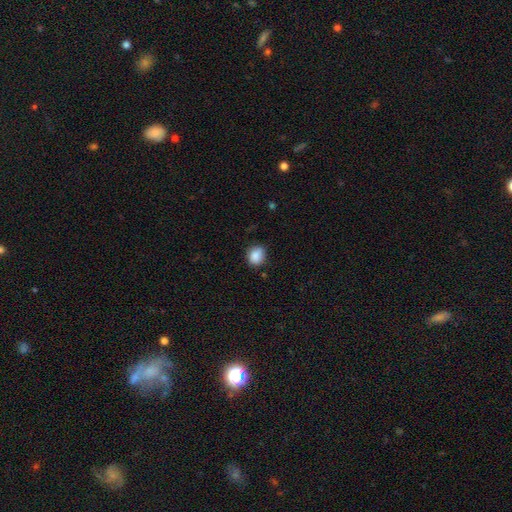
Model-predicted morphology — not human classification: smooth_or_featured: smooth (p=0.87) [alt: star or artifact p=0.08]
how_rounded: round (p=0.65) [alt: in between p=0.34]
merging: none (p=0.77) [alt: minor disturbance p=0.18]